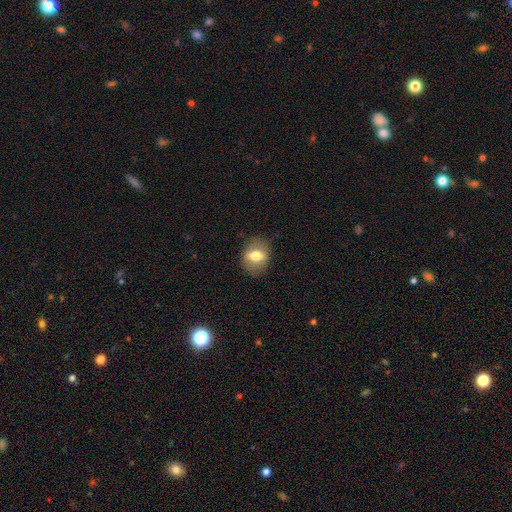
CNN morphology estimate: This appears to be a smooth galaxy with no disk features (63%) that is in between round and cigar-shaped (61%). Merging: none (80%).